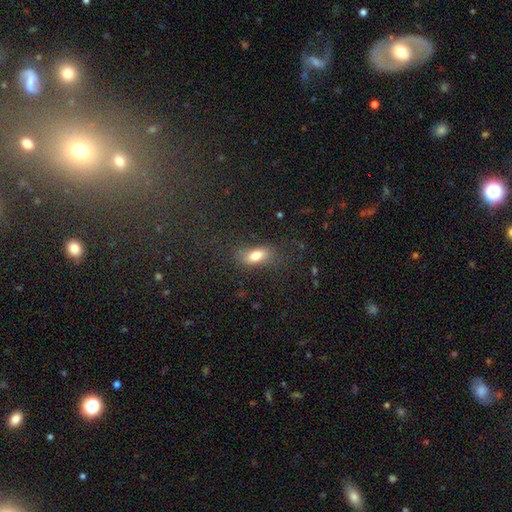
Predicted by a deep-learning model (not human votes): Smooth or featured? smooth (76%)
How rounded? in between (80%)
Merging? none (73%)